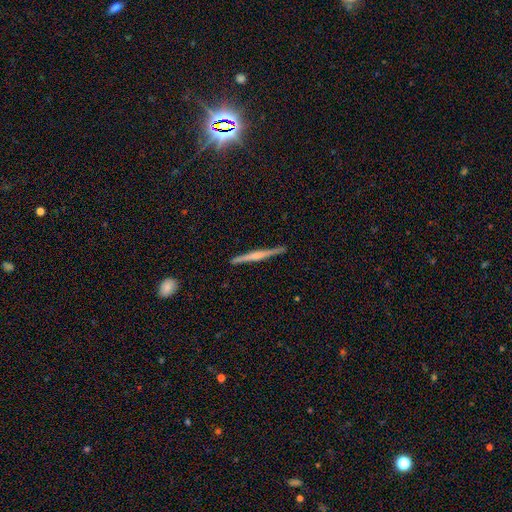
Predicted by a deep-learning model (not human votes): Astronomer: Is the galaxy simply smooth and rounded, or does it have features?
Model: featured or disk — 68%.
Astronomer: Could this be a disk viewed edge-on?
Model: yes — 98%.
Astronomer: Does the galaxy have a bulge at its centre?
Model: rounded — 54%.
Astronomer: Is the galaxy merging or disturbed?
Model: none — 90%.